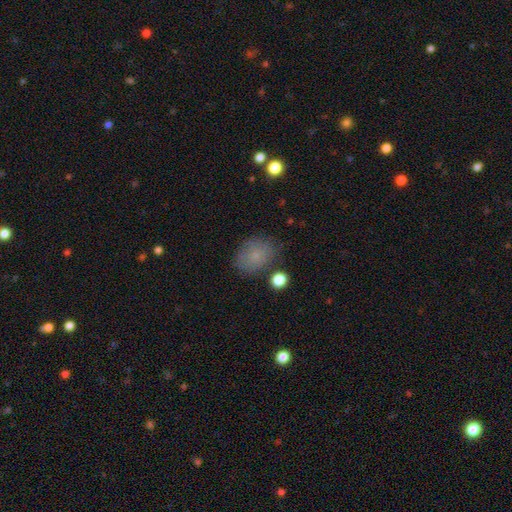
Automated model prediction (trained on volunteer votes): smooth-or-featured: smooth: 76% | star or artifact: 12% | featured or disk: 12%
  how-rounded: in between: 57% | round: 41% | cigar-shaped: 1%
  merging: none: 75% | minor disturbance: 17% | major disturbance: 5% | merger: 3%